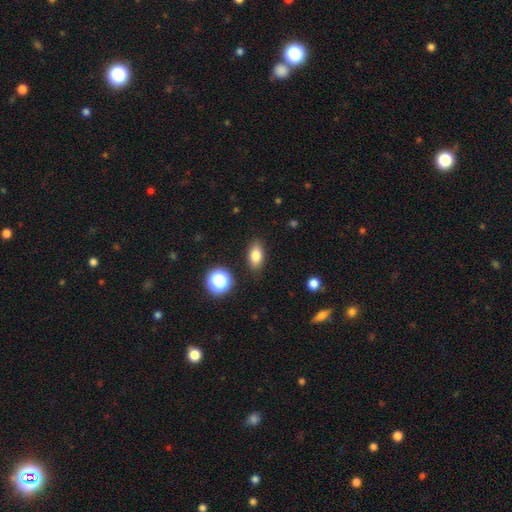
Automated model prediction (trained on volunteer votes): Morphology: type=smooth (80%); roundness=in between (83%); merging=none (87%).